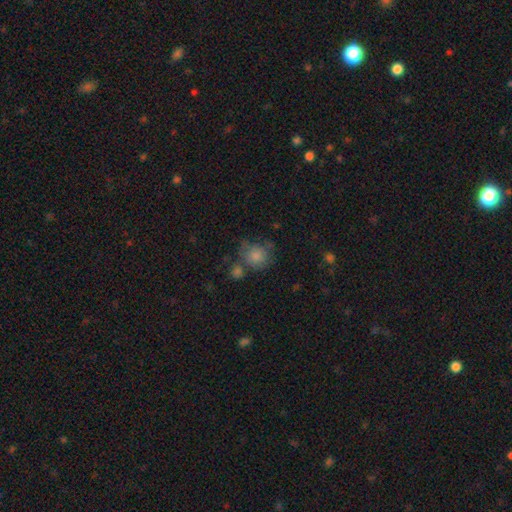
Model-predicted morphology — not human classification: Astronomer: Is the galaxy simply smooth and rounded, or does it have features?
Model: smooth — 81%.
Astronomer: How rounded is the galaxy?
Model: round — 82%.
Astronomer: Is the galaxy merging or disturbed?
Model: none — 48%.